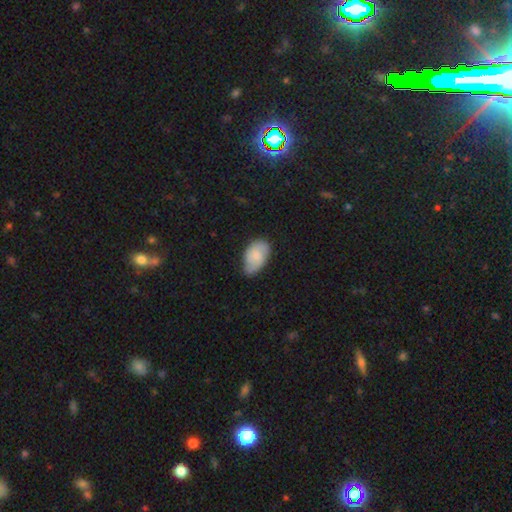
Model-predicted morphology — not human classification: Smooth or featured?
  - smooth: 72% *
  - featured or disk: 22%
  - star or artifact: 7%
How rounded?
  - in between: 92% *
  - round: 6%
  - cigar-shaped: 1%
Merging?
  - none: 53% *
  - minor disturbance: 38%
  - major disturbance: 7%
  - merger: 2%